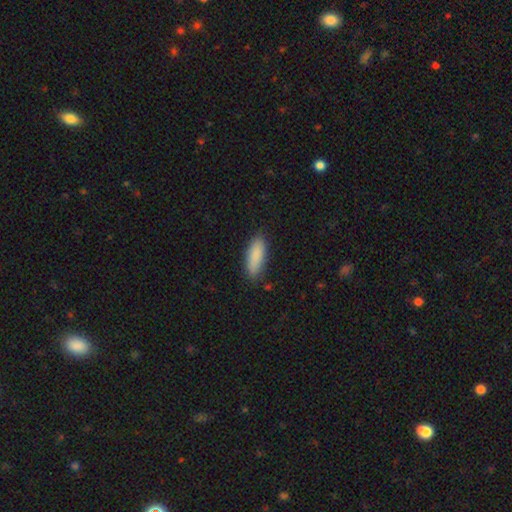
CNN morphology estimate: Smooth or featured? Predicted: smooth (p=0.89). How rounded? Predicted: in between (p=0.62). Merging? Predicted: none (p=0.84).